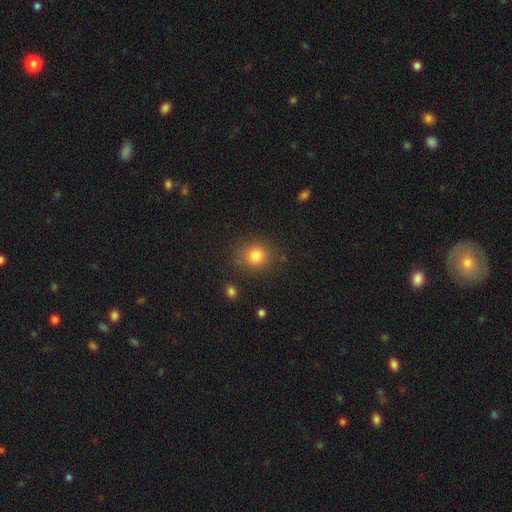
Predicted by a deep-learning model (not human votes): smooth_or_featured: smooth (p=0.81) [alt: star or artifact p=0.12]
how_rounded: round (p=0.84) [alt: in between p=0.15]
merging: none (p=0.84) [alt: minor disturbance p=0.10]